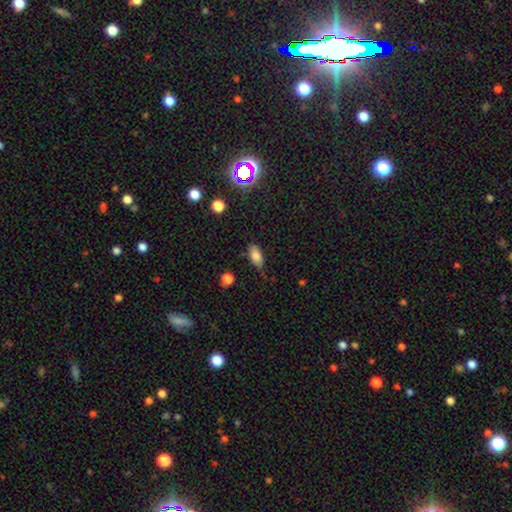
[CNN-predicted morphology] smooth_or_featured: smooth (p=0.81) [alt: star or artifact p=0.09]
how_rounded: in between (p=0.89) [alt: cigar-shaped p=0.07]
merging: none (p=0.74) [alt: minor disturbance p=0.20]